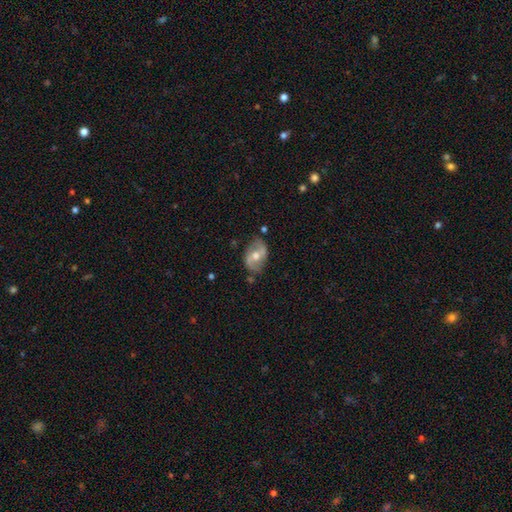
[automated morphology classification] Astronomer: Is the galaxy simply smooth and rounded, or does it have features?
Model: featured or disk — 66%.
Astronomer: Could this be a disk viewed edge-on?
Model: no — 94%.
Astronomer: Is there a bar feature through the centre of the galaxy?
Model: no — 41%, tied with weak at 41%.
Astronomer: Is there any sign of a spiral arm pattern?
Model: yes — 75%.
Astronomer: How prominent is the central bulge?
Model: moderate — 75%.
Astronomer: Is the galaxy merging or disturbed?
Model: none — 74%.